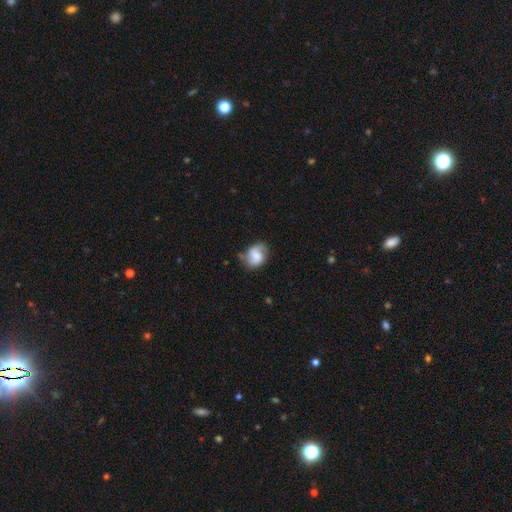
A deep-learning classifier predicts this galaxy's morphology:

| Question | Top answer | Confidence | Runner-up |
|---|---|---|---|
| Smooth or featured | smooth | 48% | featured or disk (44%) |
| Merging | none | 58% | minor disturbance (28%) |